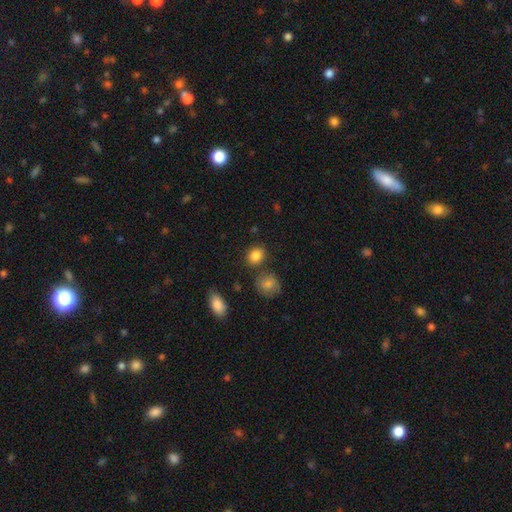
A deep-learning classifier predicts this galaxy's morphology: This appears to be a smooth galaxy with no disk features (85%) that is in between round and cigar-shaped (50%). Merging: none (76%).